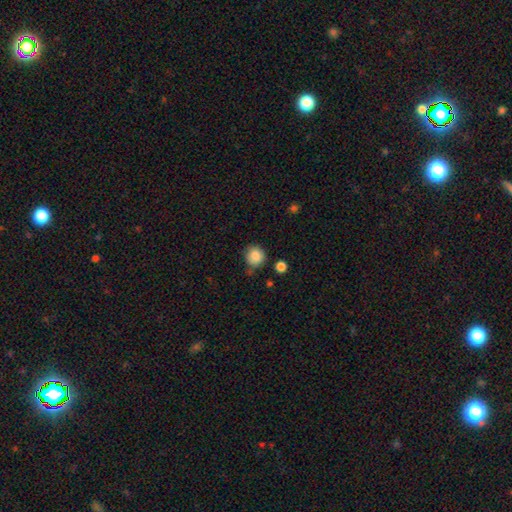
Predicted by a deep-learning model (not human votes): This is clearly a smooth galaxy (87%). How rounded: clearly round (89%). Merging: likely none (76%).